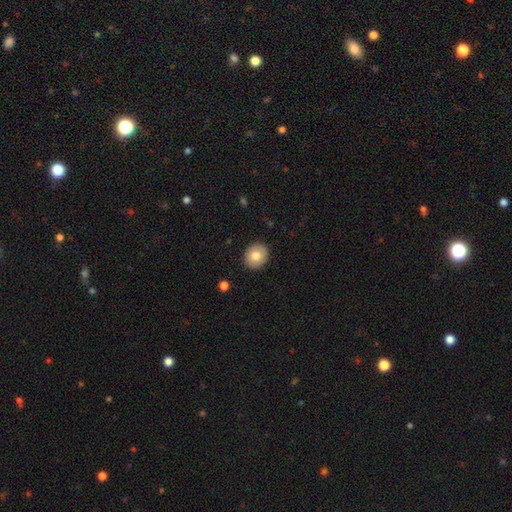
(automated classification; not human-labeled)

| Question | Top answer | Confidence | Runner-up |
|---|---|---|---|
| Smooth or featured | smooth | 78% | featured or disk (14%) |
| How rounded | round | 76% | in between (23%) |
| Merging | none | 91% | minor disturbance (7%) |